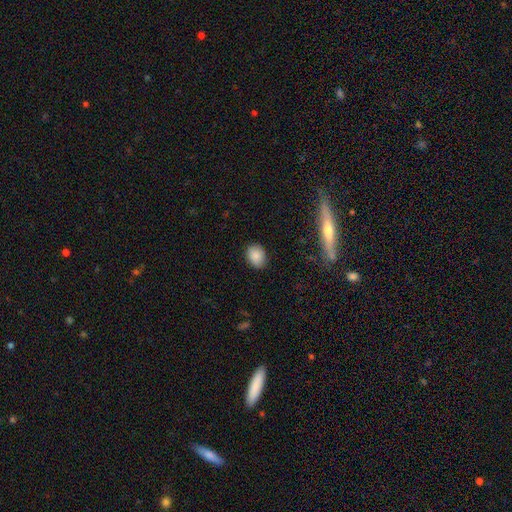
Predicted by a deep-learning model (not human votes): smooth-or-featured: smooth: 86% | star or artifact: 8% | featured or disk: 5%
  how-rounded: in between: 62% | round: 37% | cigar-shaped: 1%
  merging: none: 86% | minor disturbance: 10% | major disturbance: 2% | merger: 1%